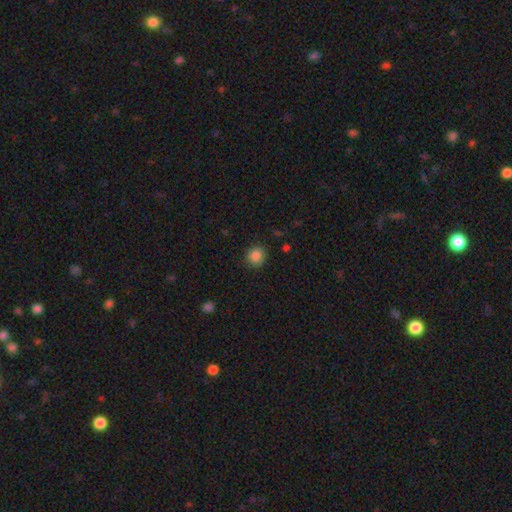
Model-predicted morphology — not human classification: Smooth or featured?
  - smooth: 86% *
  - star or artifact: 10%
  - featured or disk: 4%
How rounded?
  - round: 84% *
  - in between: 15%
  - cigar-shaped: 1%
Merging?
  - none: 88% *
  - minor disturbance: 9%
  - major disturbance: 2%
  - merger: 1%